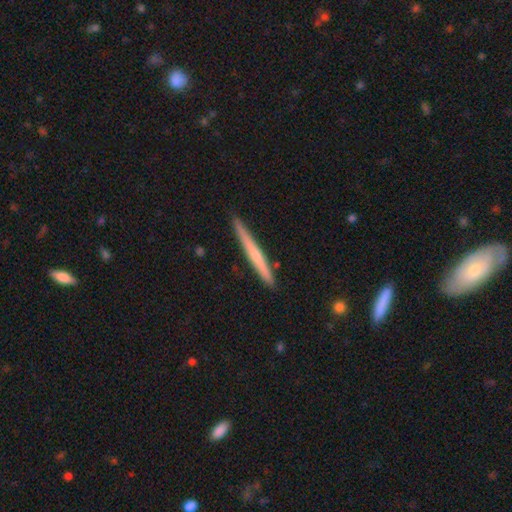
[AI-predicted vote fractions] smooth_or_featured: smooth (p=0.49) [alt: featured or disk p=0.46]
merging: none (p=0.89) [alt: minor disturbance p=0.08]